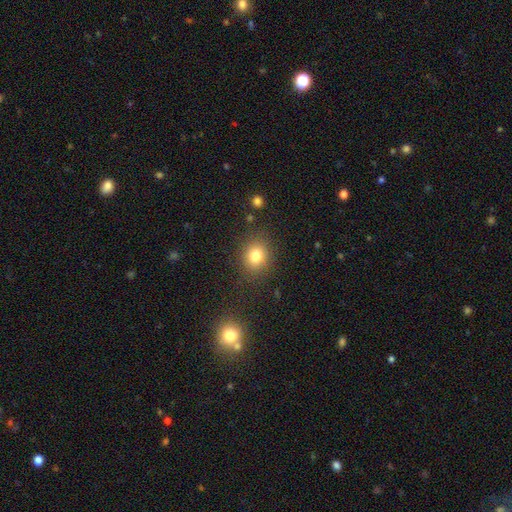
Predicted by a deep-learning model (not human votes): This appears to be a smooth galaxy with no disk features (80%) that is round (68%). Merging: none (83%).